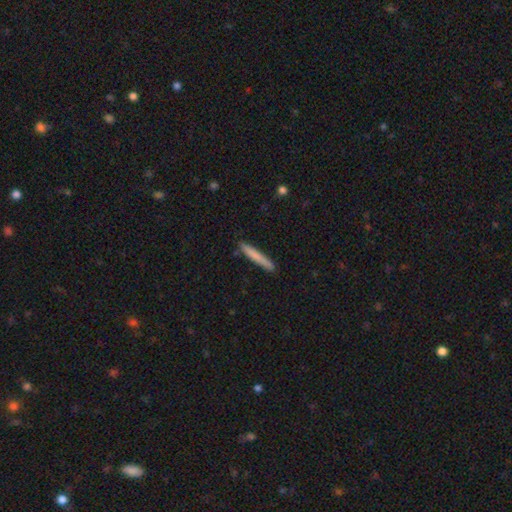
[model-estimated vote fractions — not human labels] smooth-or-featured: smooth: 76% | featured or disk: 18% | star or artifact: 5%
  how-rounded: cigar-shaped: 96% | in between: 3% | round: 1%
  merging: none: 88% | minor disturbance: 9% | major disturbance: 2% | merger: 1%